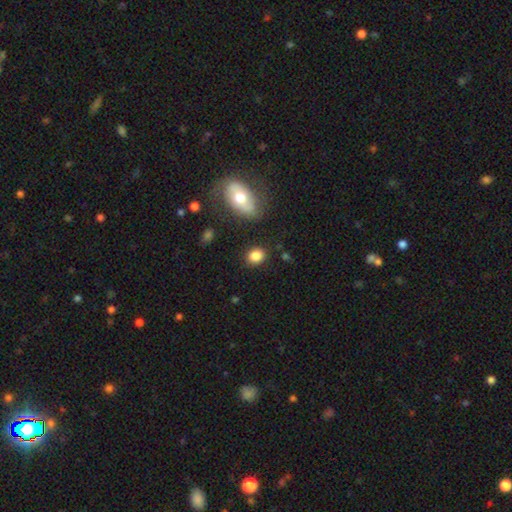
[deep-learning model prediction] A smooth galaxy with no disk features (84%) that is round (49%, tied with in between). Merging: none (84%).